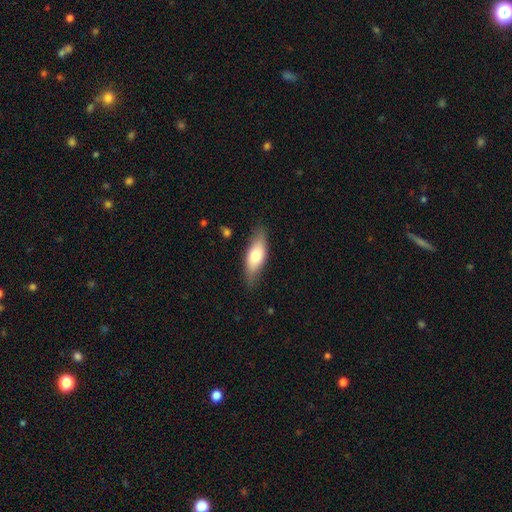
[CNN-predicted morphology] Smooth or featured: smooth — 69% (featured or disk — 26%)
How rounded: in between — 71% (cigar-shaped — 27%)
Merging: none — 79% (minor disturbance — 16%)